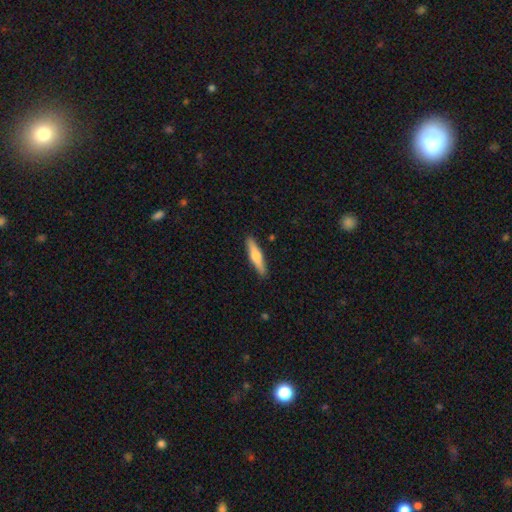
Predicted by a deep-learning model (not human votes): Smooth or featured: smooth — 50% (featured or disk — 45%)
How rounded: cigar-shaped — 83% (in between — 15%)
Merging: none — 90% (minor disturbance — 7%)